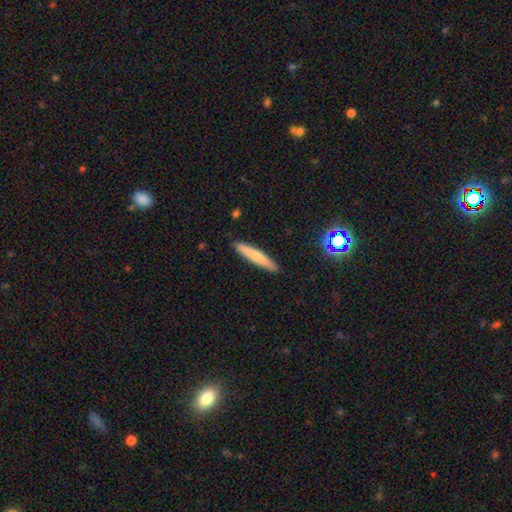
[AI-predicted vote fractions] Morphology: type=smooth (66%); roundness=cigar-shaped (93%); merging=none (90%).